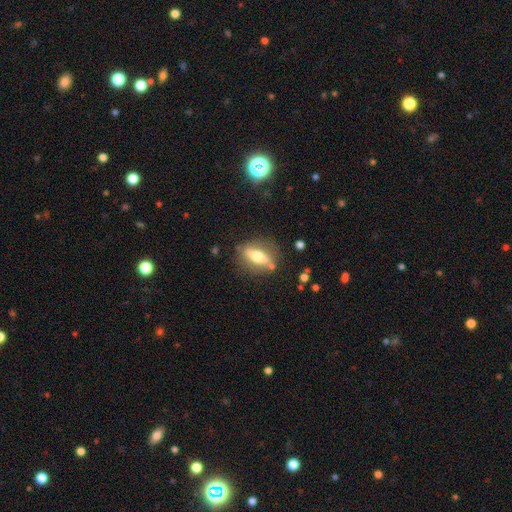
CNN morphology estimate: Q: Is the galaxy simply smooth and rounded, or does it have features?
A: smooth — 51%.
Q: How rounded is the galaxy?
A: in between — 64%.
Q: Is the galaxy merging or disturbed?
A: none — 76%.